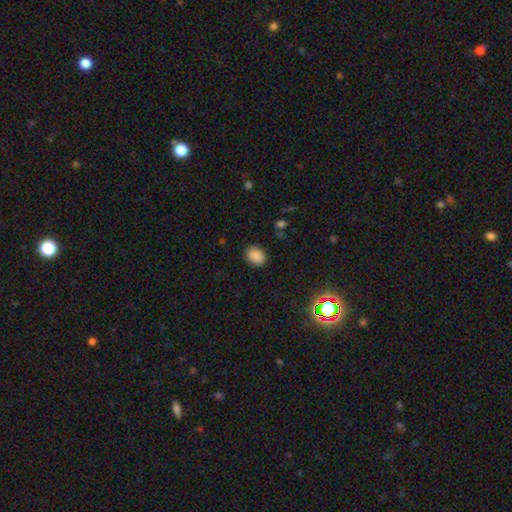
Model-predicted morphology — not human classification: Q: Smooth or featured?
A: smooth (87%); runner-up: star or artifact (10%)
Q: How rounded?
A: in between (72%); runner-up: round (27%)
Q: Merging?
A: none (86%); runner-up: minor disturbance (10%)